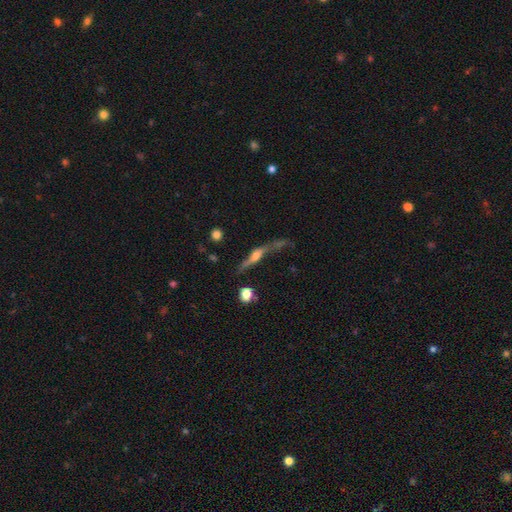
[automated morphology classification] A featured or disk galaxy (63%) viewed edge-on (80%) with a rounded central bulge (77%). Merging: none (42%).